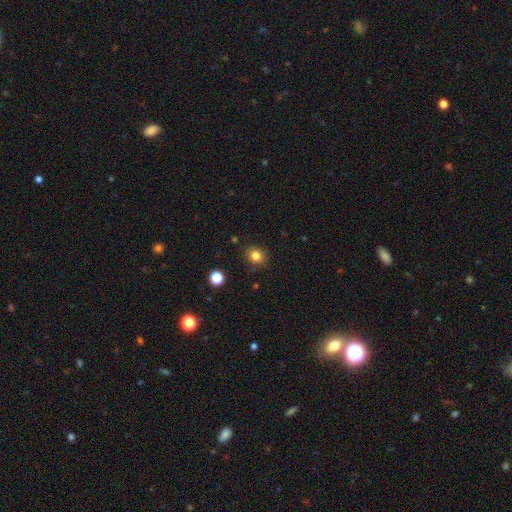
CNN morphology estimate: Smooth or featured: smooth — 83% (star or artifact — 12%)
How rounded: round — 69% (in between — 30%)
Merging: none — 87% (minor disturbance — 9%)